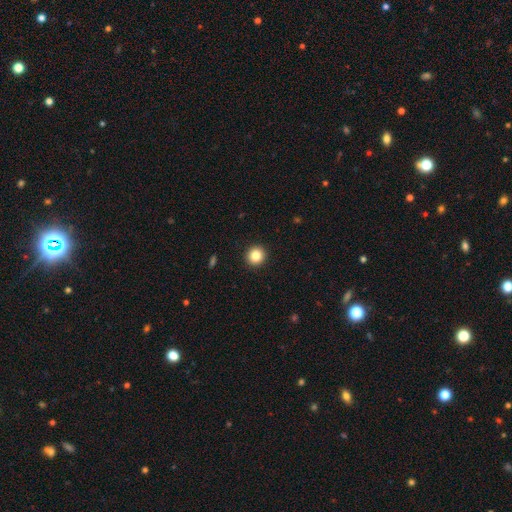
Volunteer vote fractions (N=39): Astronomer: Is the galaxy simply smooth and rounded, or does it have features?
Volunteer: smooth — 85%.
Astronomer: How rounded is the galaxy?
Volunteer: round — 94%.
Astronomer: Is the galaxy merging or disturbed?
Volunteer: none — 97%.